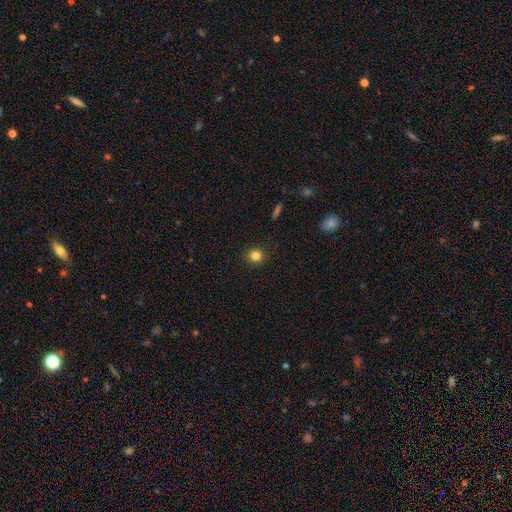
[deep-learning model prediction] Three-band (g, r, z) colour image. It shows a smooth galaxy with no disk features (83%) that is round (88%). Merging: none (91%).